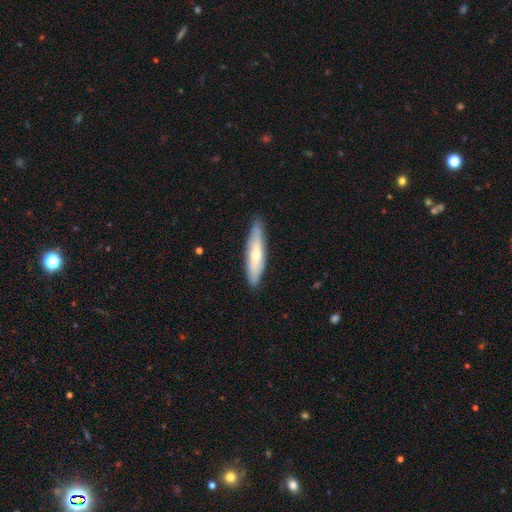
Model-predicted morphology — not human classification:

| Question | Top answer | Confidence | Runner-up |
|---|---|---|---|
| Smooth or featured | smooth | 57% | featured or disk (38%) |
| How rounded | cigar-shaped | 78% | in between (20%) |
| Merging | none | 83% | minor disturbance (14%) |